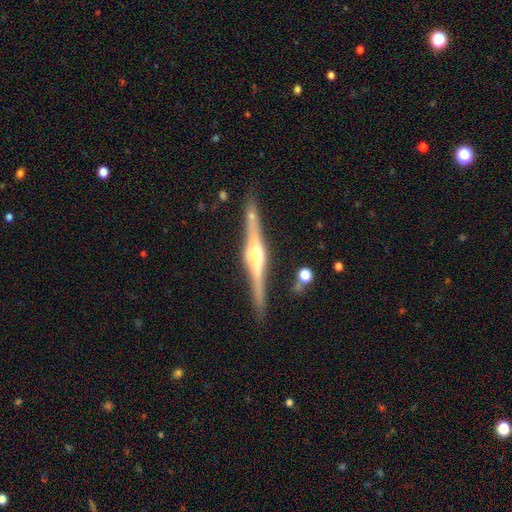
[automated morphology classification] Smooth or featured: featured or disk — 83% (smooth — 11%)
Edge-on disk: yes — 98% (no — 2%)
Edge-on bulge: rounded — 81% (boxy — 15%)
Merging: none — 87% (minor disturbance — 9%)